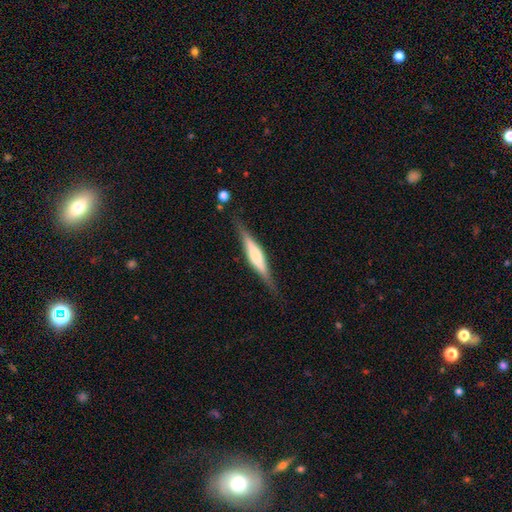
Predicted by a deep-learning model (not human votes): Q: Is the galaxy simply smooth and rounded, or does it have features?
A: featured or disk — 59%.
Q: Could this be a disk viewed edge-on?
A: yes — 96%.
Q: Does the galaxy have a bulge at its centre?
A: rounded — 49%.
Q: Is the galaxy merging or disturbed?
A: none — 82%.